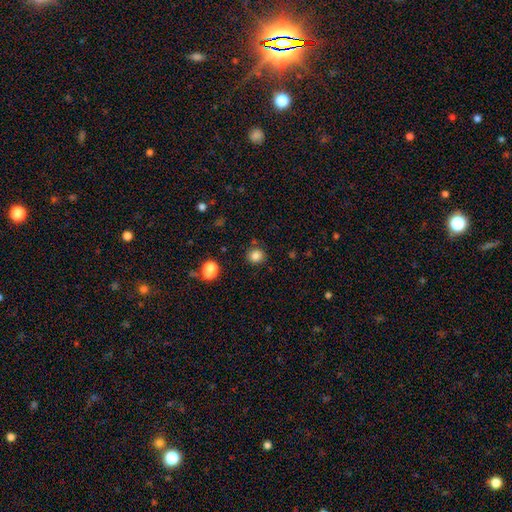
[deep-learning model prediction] smooth 83%, star or artifact 12%, featured or disk 5%. Down the decision tree: how rounded — round (83%); merging — none (84%).